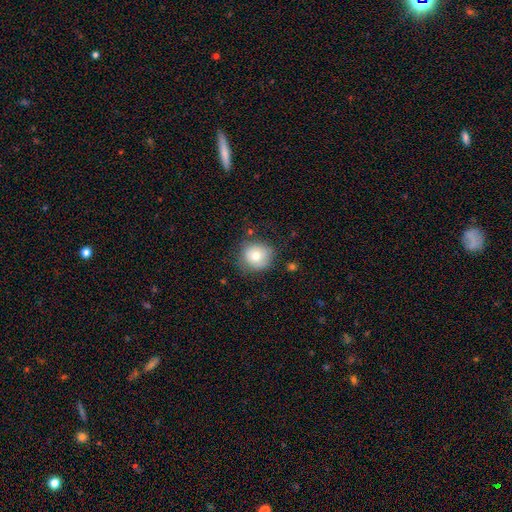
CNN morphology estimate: The model was most divided on "merging": none: 72%, minor disturbance: 20%, major disturbance: 6%, merger: 2%. More confident: how rounded — round (89%); smooth or featured — smooth (73%).